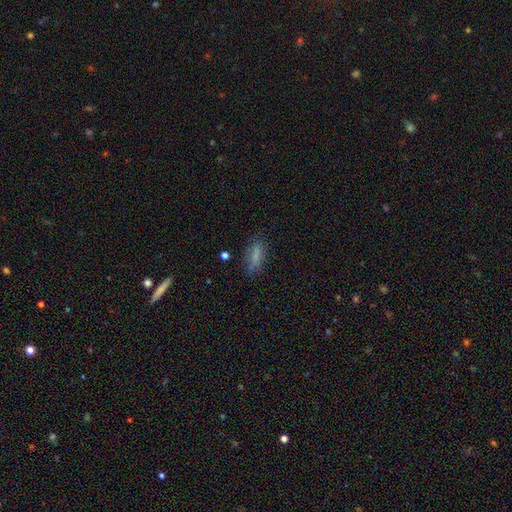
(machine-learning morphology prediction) A smooth galaxy with no disk features (76%) that is in between round and cigar-shaped (54%).

Vote fractions:
- Smooth or featured? smooth: 76% / featured or disk: 13% / star or artifact: 10%
- How rounded? in between: 54% / cigar-shaped: 43% / round: 3%
- Merging? none: 75% / minor disturbance: 17% / major disturbance: 6% / merger: 2%